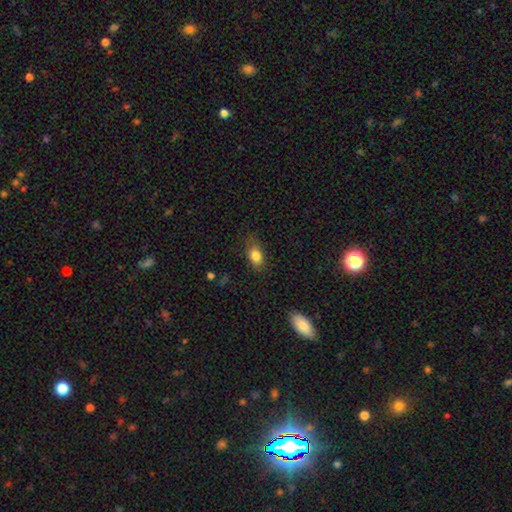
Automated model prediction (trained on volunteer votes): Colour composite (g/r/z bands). It shows a smooth galaxy with no disk features (83%) that is in between round and cigar-shaped (82%). Merging: none (72%).